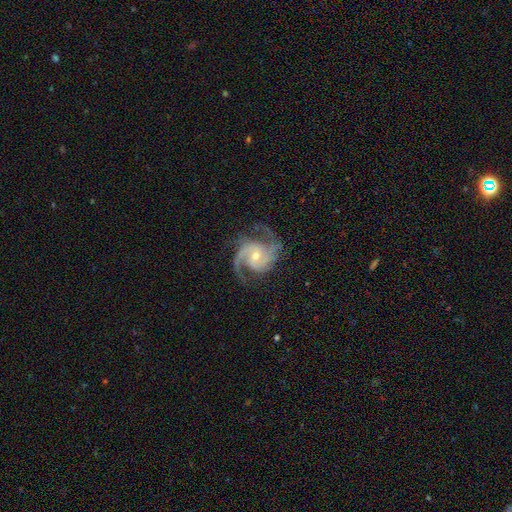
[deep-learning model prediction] A featured or disk galaxy (92%) with no bar (56%), 2 (67%) medium (60%) spiral arms (98%) and a small central bulge (55%). Merging: none (75%).